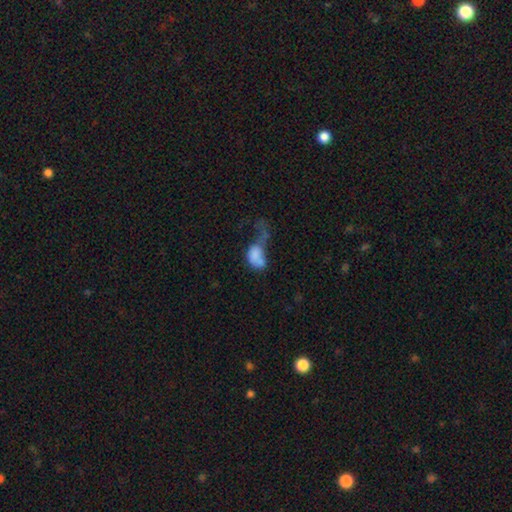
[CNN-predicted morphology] type=smooth (68%); roundness=in between (80%); merging=major disturbance (48%).